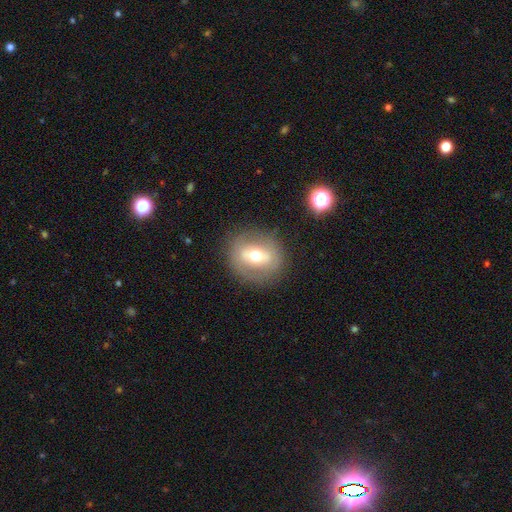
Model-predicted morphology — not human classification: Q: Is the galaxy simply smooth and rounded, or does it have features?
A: featured or disk — 47%.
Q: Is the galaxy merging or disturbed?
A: none — 83%.